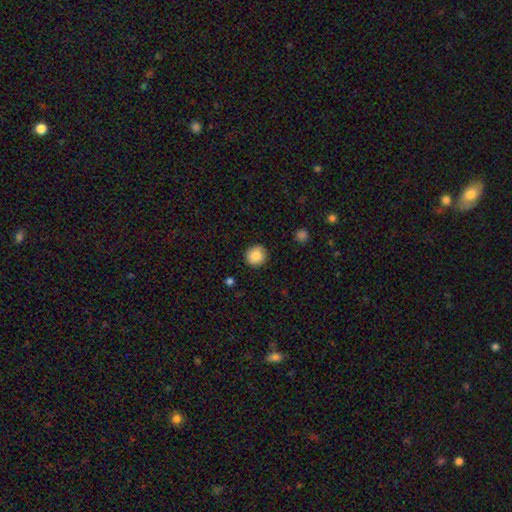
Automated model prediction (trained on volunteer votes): Smooth or featured? Predicted: smooth (p=0.86). How rounded? Predicted: round (p=0.90). Merging? Predicted: none (p=0.89).